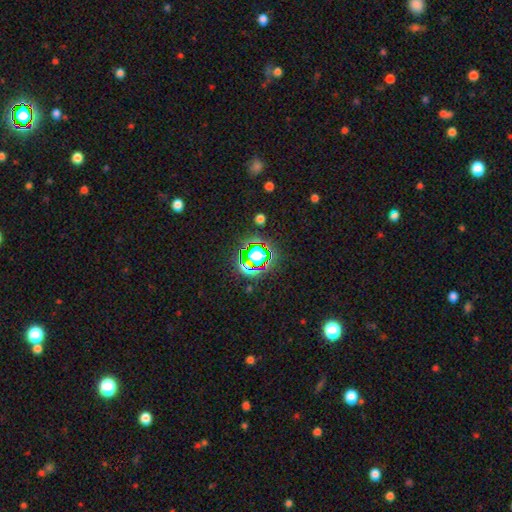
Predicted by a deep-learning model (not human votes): A star or artifact, not a galaxy (64%).